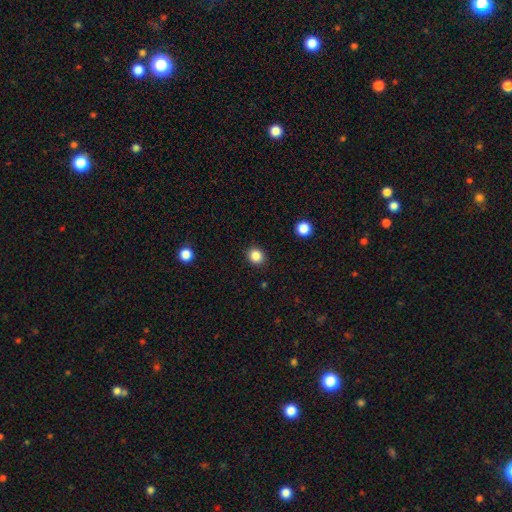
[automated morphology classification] Smooth or featured?
  - smooth: 85% *
  - star or artifact: 11%
  - featured or disk: 3%
How rounded?
  - round: 84% *
  - in between: 16%
  - cigar-shaped: 1%
Merging?
  - none: 90% *
  - minor disturbance: 7%
  - major disturbance: 2%
  - merger: 1%